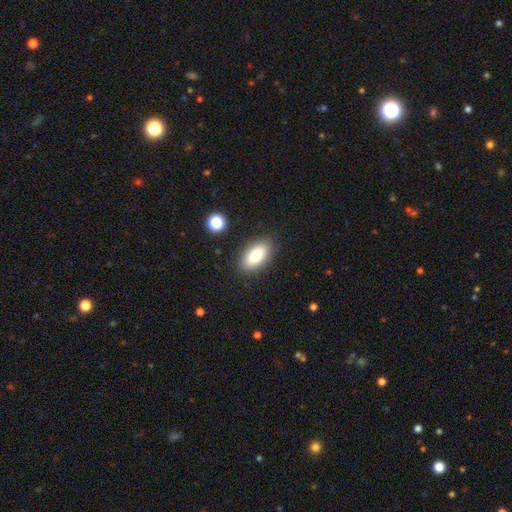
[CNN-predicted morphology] A smooth galaxy with no disk features (82%) that is in between round and cigar-shaped (90%).

Vote fractions:
- Smooth or featured? smooth: 82% / featured or disk: 10% / star or artifact: 8%
- How rounded? in between: 90% / cigar-shaped: 6% / round: 3%
- Merging? none: 86% / minor disturbance: 10% / major disturbance: 3% / merger: 2%